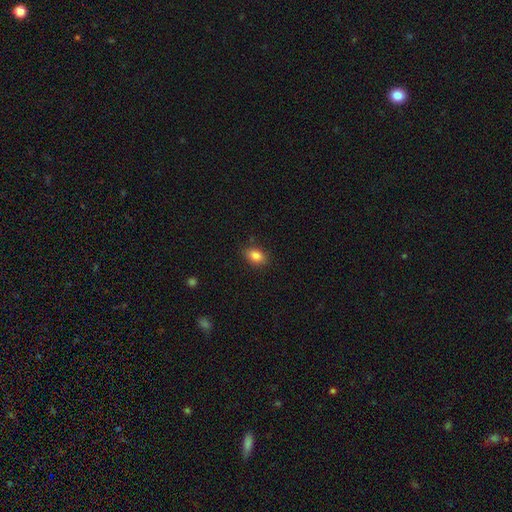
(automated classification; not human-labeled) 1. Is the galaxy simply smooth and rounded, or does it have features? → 86% smooth, 9% star or artifact, 5% featured or disk.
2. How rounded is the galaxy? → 80% in between, 19% round, 2% cigar-shaped.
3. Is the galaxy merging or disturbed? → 85% none, 11% minor disturbance, 3% major disturbance, 1% merger.